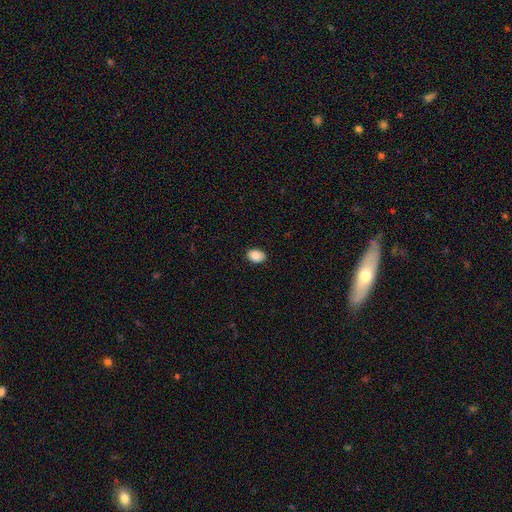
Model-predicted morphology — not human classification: Q: Smooth or featured?
A: smooth (89%); runner-up: star or artifact (7%)
Q: How rounded?
A: in between (81%); runner-up: round (18%)
Q: Merging?
A: none (88%); runner-up: minor disturbance (9%)